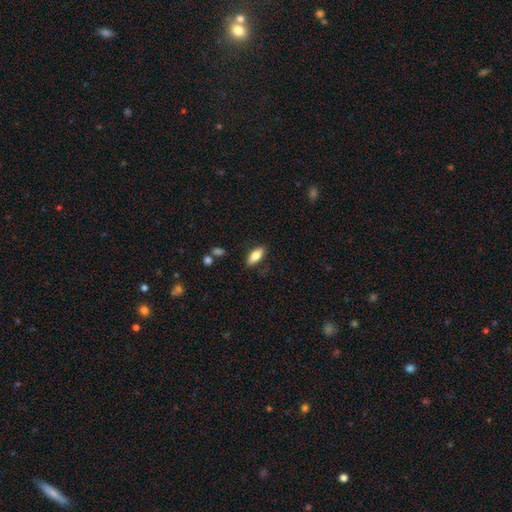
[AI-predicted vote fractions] Q: Smooth or featured?
A: smooth (75%); runner-up: featured or disk (18%)
Q: How rounded?
A: in between (78%); runner-up: cigar-shaped (19%)
Q: Merging?
A: none (85%); runner-up: minor disturbance (11%)